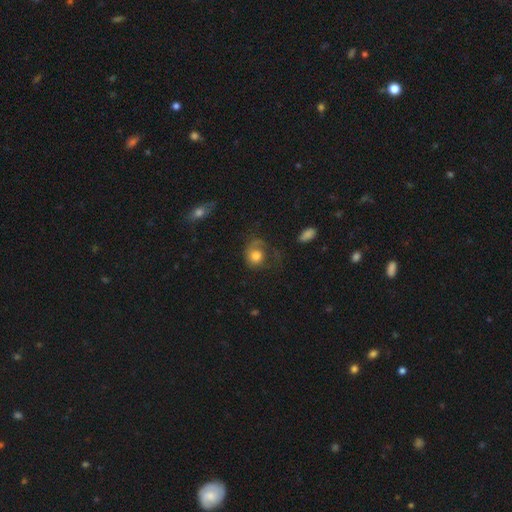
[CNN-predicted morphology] This appears to be a smooth galaxy with no disk features (57%) that is round (71%). Merging: major disturbance (39%).